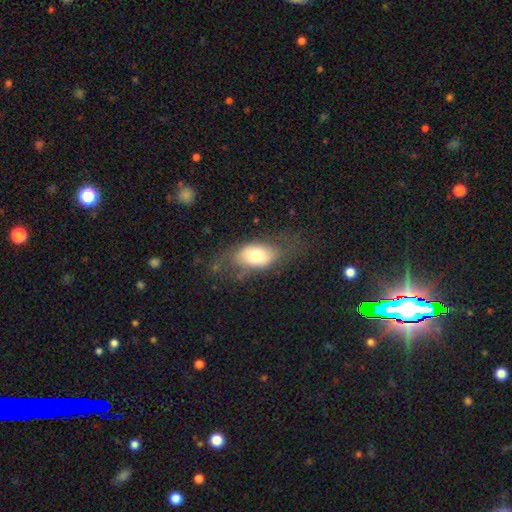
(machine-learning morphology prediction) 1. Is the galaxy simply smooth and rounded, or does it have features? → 64% smooth, 29% featured or disk, 8% star or artifact.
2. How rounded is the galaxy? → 87% in between, 9% round, 4% cigar-shaped.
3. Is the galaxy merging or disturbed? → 58% none, 23% minor disturbance, 18% major disturbance, 2% merger.